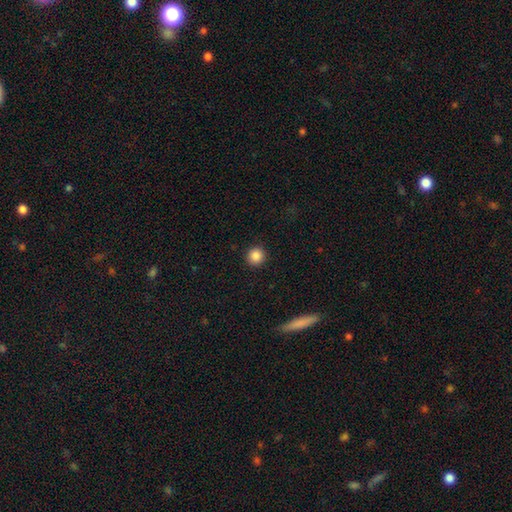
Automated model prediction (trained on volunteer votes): Smooth or featured? smooth (87%)
How rounded? round (94%)
Merging? none (92%)